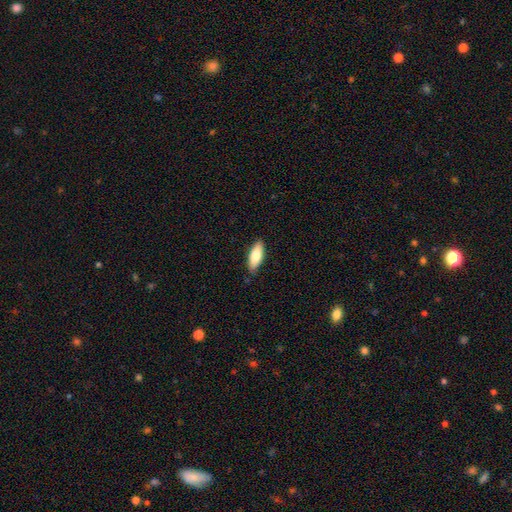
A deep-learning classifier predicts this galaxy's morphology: Smooth or featured? smooth (80%)
How rounded? in between (73%)
Merging? none (86%)